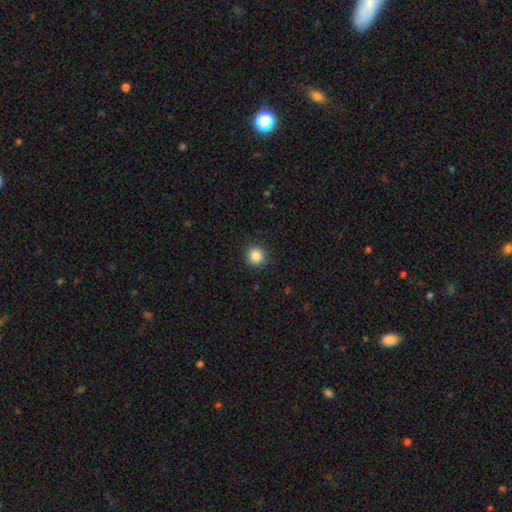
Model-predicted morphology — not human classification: type=smooth (87%); roundness=round (94%); merging=none (91%).